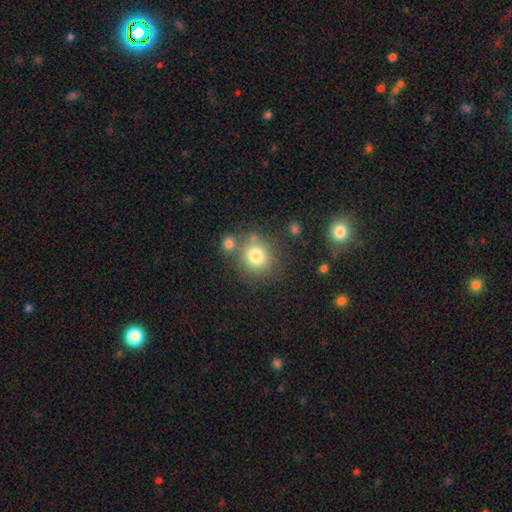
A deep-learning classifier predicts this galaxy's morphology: smooth_or_featured: smooth (p=0.78) [alt: star or artifact p=0.11]
how_rounded: round (p=0.84) [alt: in between p=0.16]
merging: none (p=0.66) [alt: merger p=0.17]